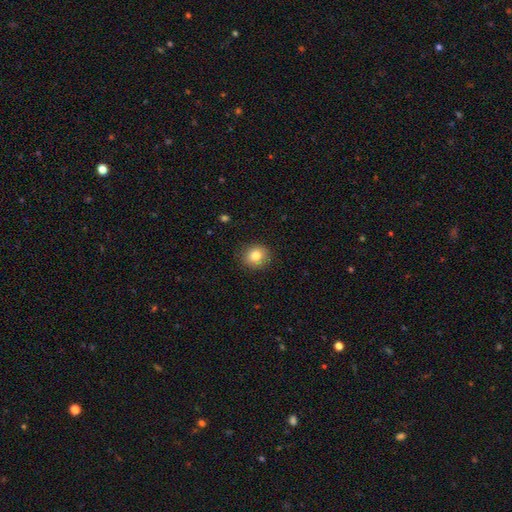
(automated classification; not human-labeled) This appears to be a smooth galaxy with no disk features (83%) that is round (79%). Merging: none (87%).